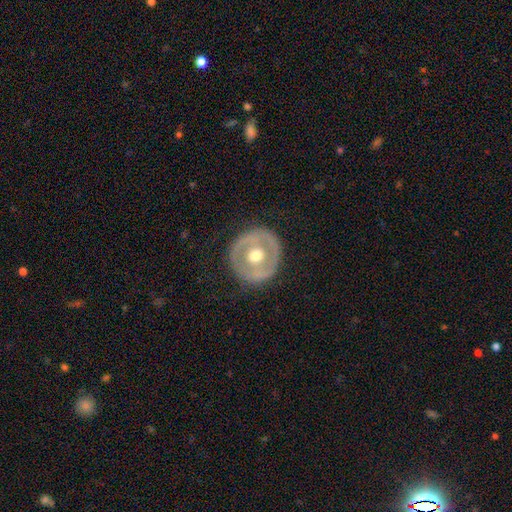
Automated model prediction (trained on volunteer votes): smooth_or_featured: featured or disk (p=0.59) [alt: smooth p=0.36]
disk_edge_on: no (p=0.94) [alt: yes p=0.06]
bar: no (p=0.73) [alt: weak p=0.18]
has_spiral_arms: no (p=0.84) [alt: yes p=0.16]
bulge_size: moderate (p=0.76) [alt: large p=0.15]
merging: none (p=0.83) [alt: minor disturbance p=0.11]